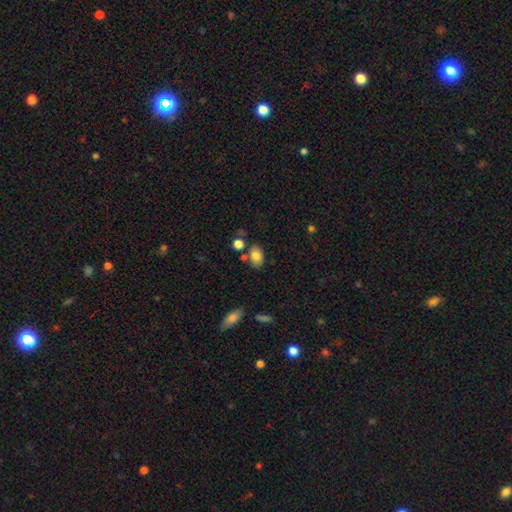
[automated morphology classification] The model was most divided on "merging": none: 72%, minor disturbance: 14%, merger: 11%, major disturbance: 4%. More confident: how rounded — in between (86%); smooth or featured — smooth (82%).